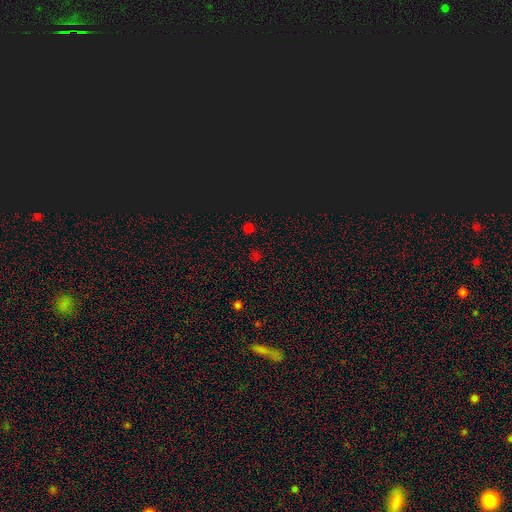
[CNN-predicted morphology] This appears to be a star or artifact, not a galaxy (50%).